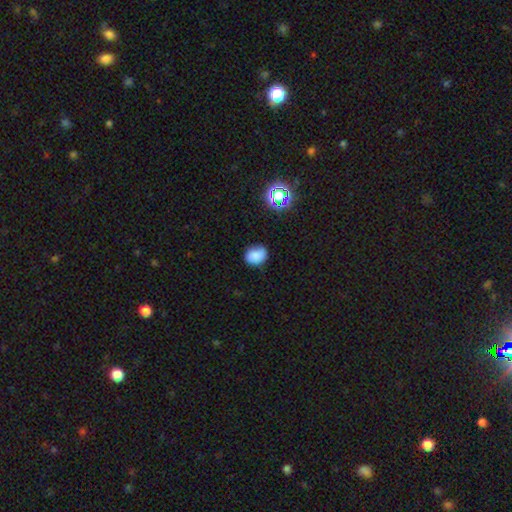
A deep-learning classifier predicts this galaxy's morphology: Smooth or featured? Predicted: smooth (p=0.77). How rounded? Predicted: round (p=0.56). Merging? Predicted: none (p=0.71).